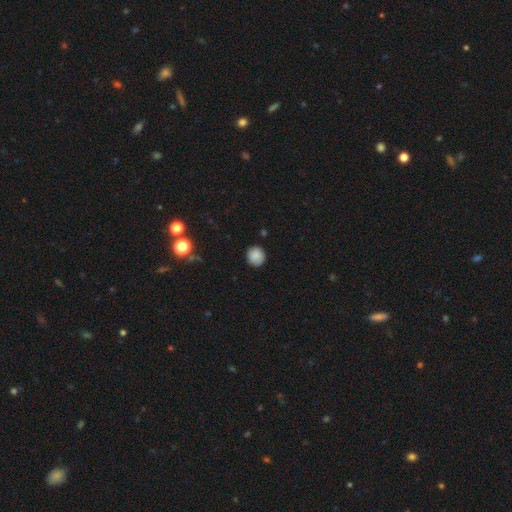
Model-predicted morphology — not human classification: smooth-or-featured: smooth: 85% | star or artifact: 9% | featured or disk: 6%
  how-rounded: round: 92% | in between: 7% | cigar-shaped: 1%
  merging: none: 87% | minor disturbance: 9% | major disturbance: 2% | merger: 1%